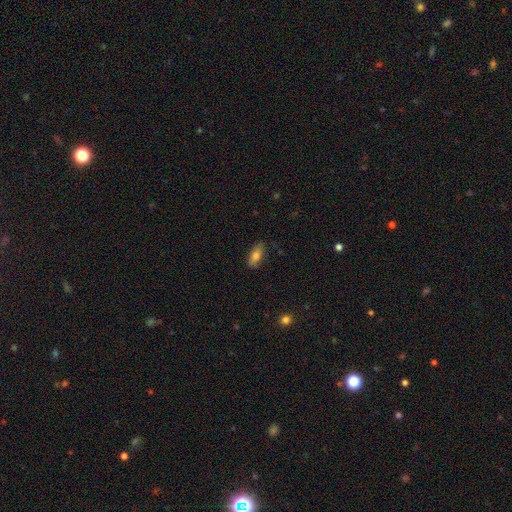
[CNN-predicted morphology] Overall: smooth (79%). How rounded: in between (80%). Merging: none (82%).